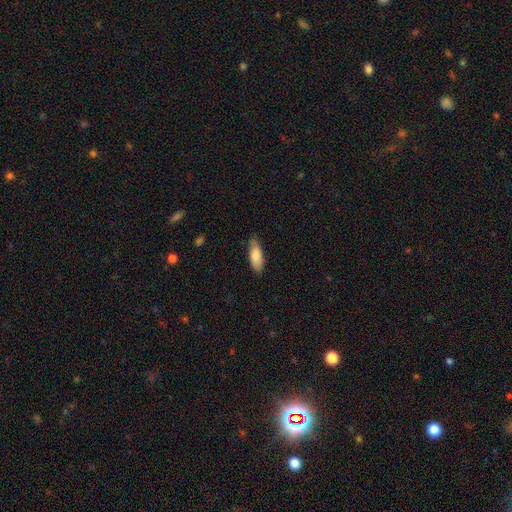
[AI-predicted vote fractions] Smooth or featured?
  - smooth: 82% *
  - featured or disk: 13%
  - star or artifact: 6%
How rounded?
  - in between: 71% *
  - cigar-shaped: 27%
  - round: 2%
Merging?
  - none: 78% *
  - minor disturbance: 18%
  - major disturbance: 3%
  - merger: 1%